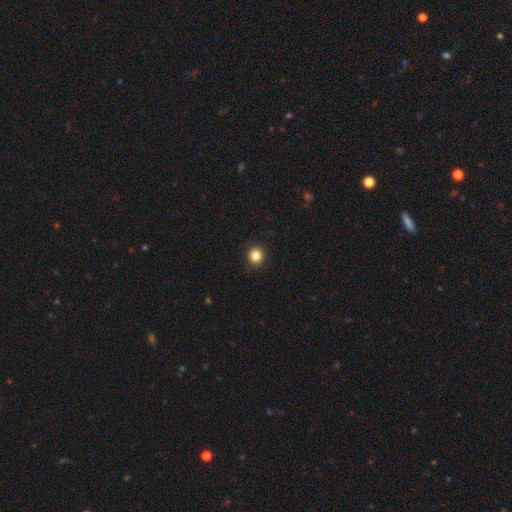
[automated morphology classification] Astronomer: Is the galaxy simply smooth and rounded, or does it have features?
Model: smooth — 85%.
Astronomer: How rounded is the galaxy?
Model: round — 89%.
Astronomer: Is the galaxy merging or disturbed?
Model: none — 91%.